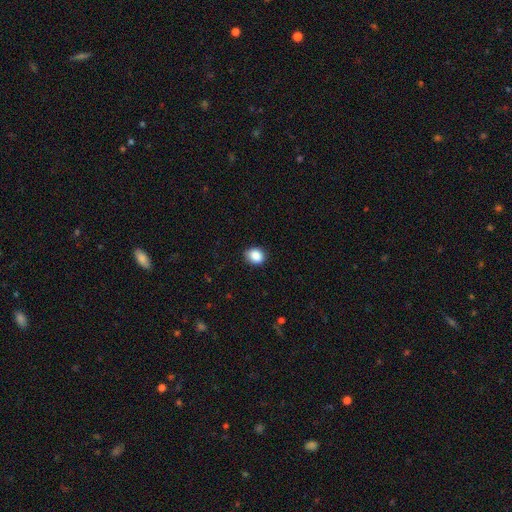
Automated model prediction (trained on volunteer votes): Smooth or featured?
  - smooth: 88% *
  - star or artifact: 8%
  - featured or disk: 3%
How rounded?
  - round: 56% *
  - in between: 43%
  - cigar-shaped: 1%
Merging?
  - none: 83% *
  - minor disturbance: 14%
  - major disturbance: 3%
  - merger: 1%